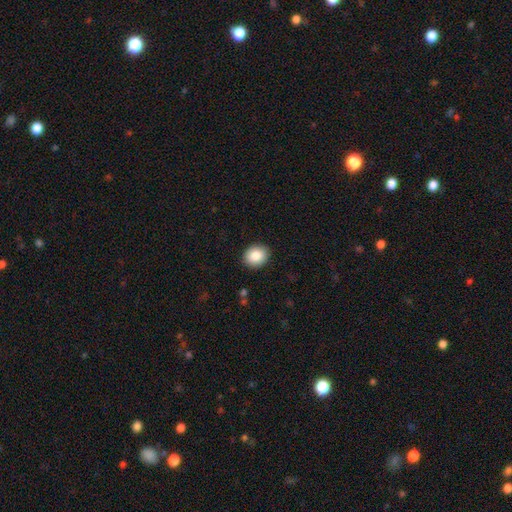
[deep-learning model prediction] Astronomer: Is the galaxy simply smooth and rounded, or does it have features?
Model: smooth — 85%.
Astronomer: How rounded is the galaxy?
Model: round — 63%.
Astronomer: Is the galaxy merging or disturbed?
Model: none — 90%.